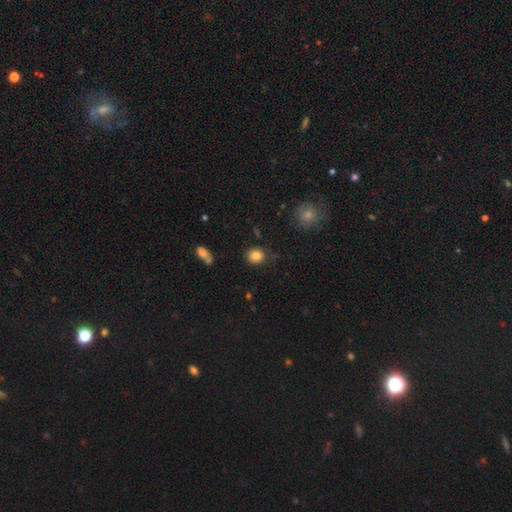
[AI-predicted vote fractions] Morphology: type=smooth (82%); roundness=round (82%); merging=none (85%).